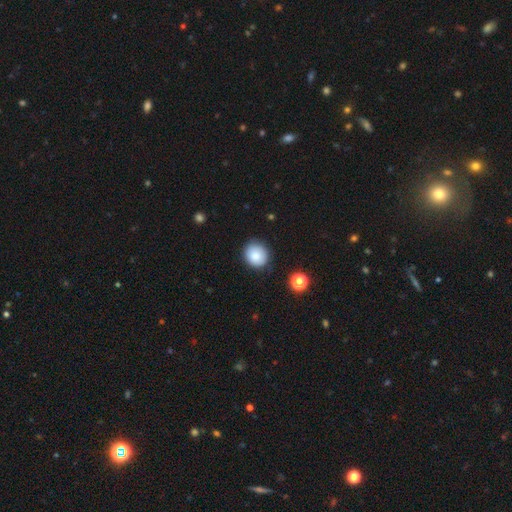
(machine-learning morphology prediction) smooth_or_featured: smooth (p=0.85) [alt: star or artifact p=0.09]
how_rounded: round (p=0.81) [alt: in between p=0.18]
merging: none (p=0.84) [alt: minor disturbance p=0.12]